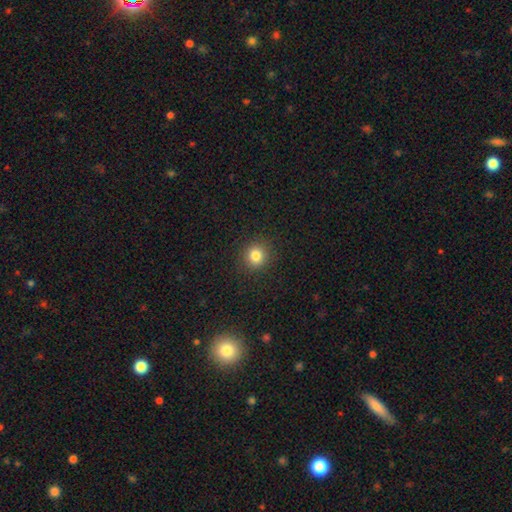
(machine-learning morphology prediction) Overall: smooth (82%). How rounded: round (90%). Merging: none (91%).